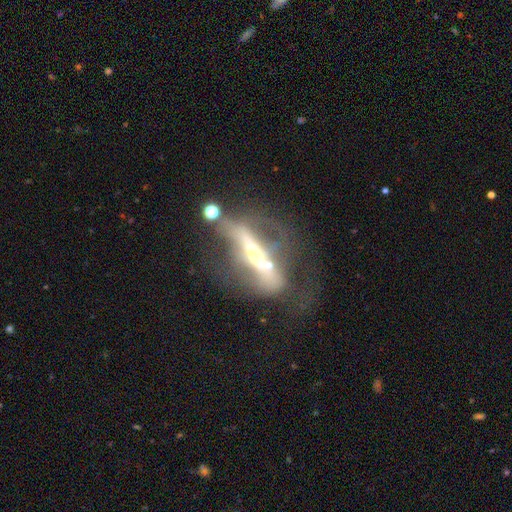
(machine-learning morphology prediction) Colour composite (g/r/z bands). It shows a featured or disk galaxy (73%) viewed edge-on (54%). Merging: major disturbance (34%).